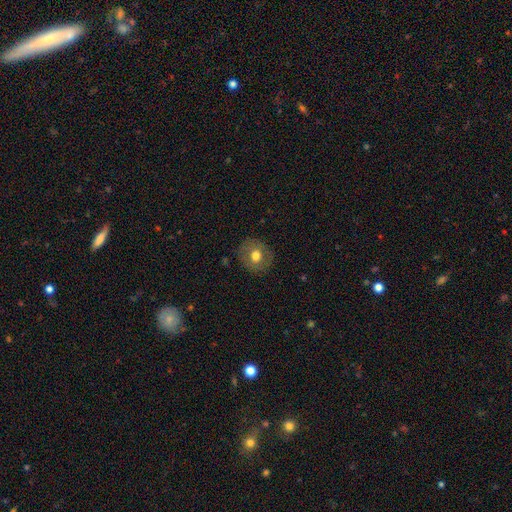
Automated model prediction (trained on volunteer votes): This appears to be a smooth galaxy with no disk features (63%) that is round (83%). Merging: none (85%).